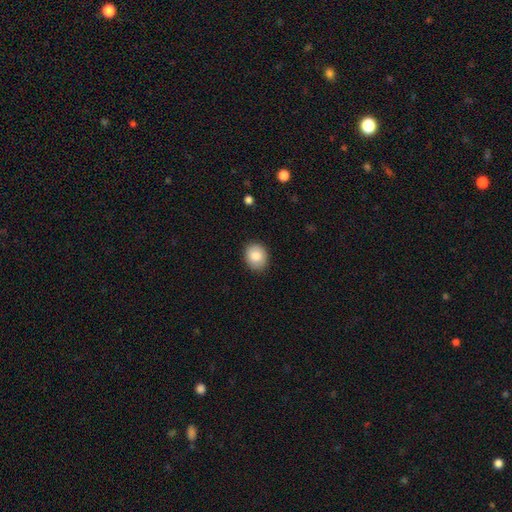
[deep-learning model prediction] Q: Smooth or featured?
A: smooth (84%); runner-up: star or artifact (8%)
Q: How rounded?
A: round (62%); runner-up: in between (37%)
Q: Merging?
A: none (88%); runner-up: minor disturbance (9%)